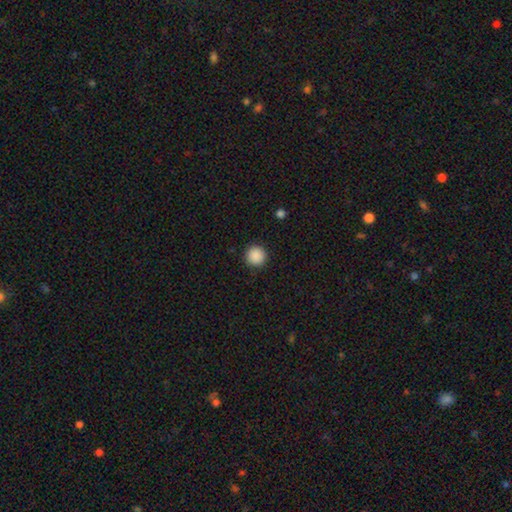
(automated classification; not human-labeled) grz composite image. It shows a smooth galaxy with no disk features (89%) that is round (96%). Merging: none (92%).